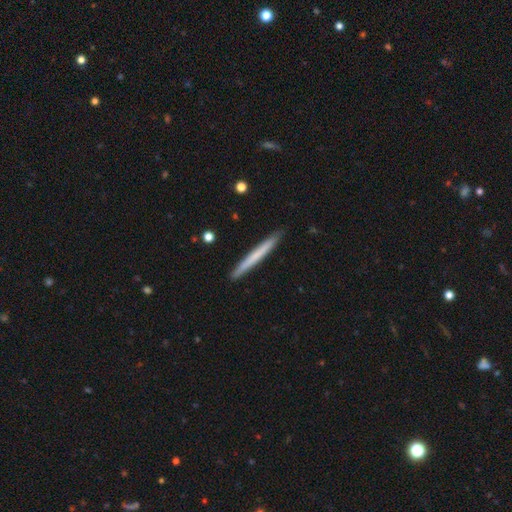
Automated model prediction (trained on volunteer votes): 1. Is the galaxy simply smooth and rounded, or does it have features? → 61% smooth, 34% featured or disk, 5% star or artifact.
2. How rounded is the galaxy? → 97% cigar-shaped, 2% in between, 1% round.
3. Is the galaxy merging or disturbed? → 91% none, 6% minor disturbance, 1% major disturbance, 1% merger.